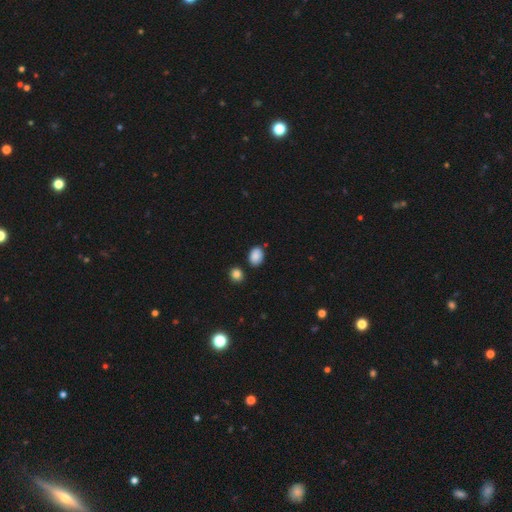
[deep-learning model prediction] Overall: smooth (87%). How rounded: in between (76%). Merging: none (80%).